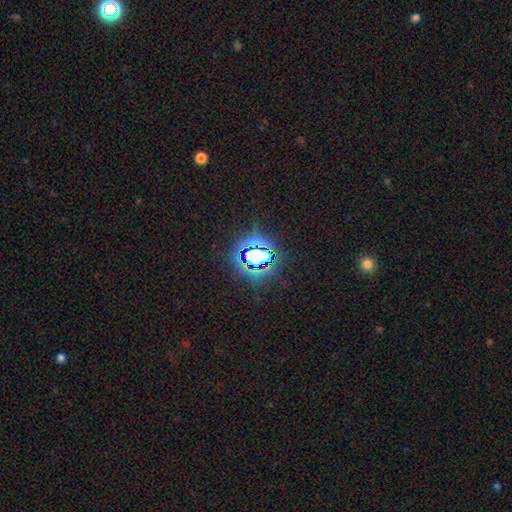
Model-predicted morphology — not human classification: Smooth or featured? Predicted: star or artifact (p=0.71).